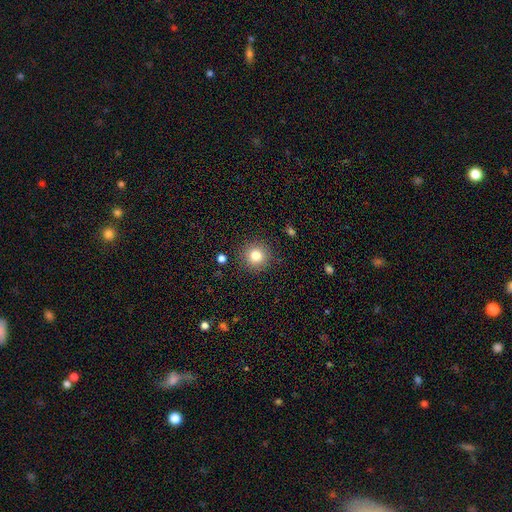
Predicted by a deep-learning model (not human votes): smooth 81%, star or artifact 12%, featured or disk 7%. Down the decision tree: how rounded — round (95%); merging — none (90%).